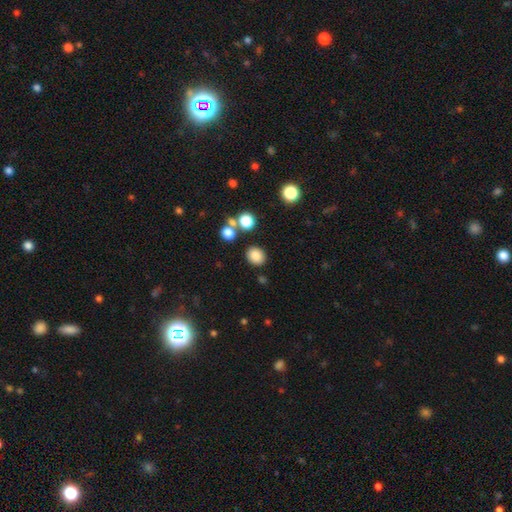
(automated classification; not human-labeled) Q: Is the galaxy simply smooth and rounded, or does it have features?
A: smooth — 83%.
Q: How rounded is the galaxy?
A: round — 74%.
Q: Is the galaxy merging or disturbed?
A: none — 85%.